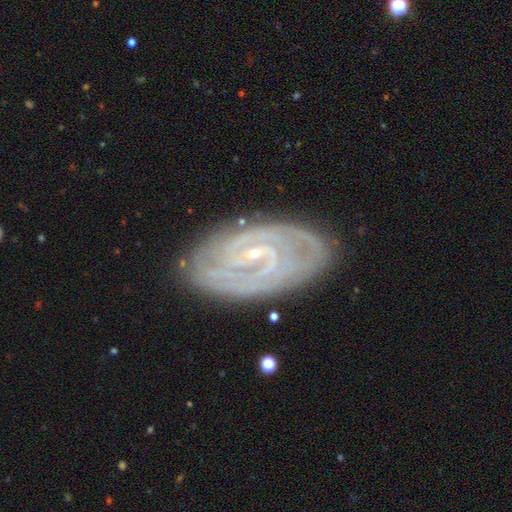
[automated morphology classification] Overall: featured or disk (87%). Edge-on disk: no (95%). Bar: weak (47%; no 30%). Spiral arms: yes (96%). Spiral arm count: 2 (43%; can't tell 21%). Spiral winding: tight (71%). Bulge size: small (83%). Merging: none (83%).